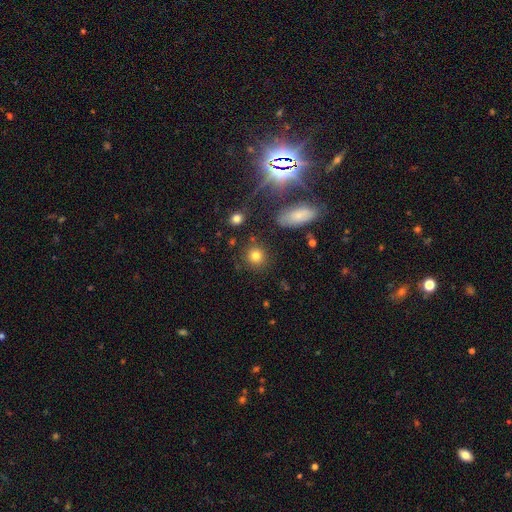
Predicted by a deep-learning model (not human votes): Smooth or featured? smooth (80%)
How rounded? round (88%)
Merging? none (87%)